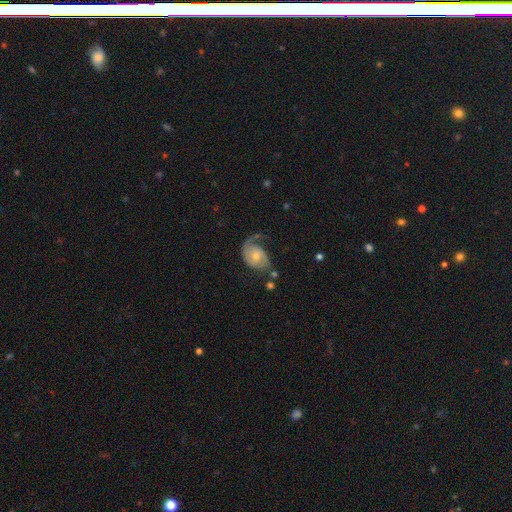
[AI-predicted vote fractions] Morphology: type=featured or disk (74%); edge-on=no (97%); bar=no (68%); spiral arms=yes (92%); winding=medium (39%); arm count=2 (56%); bulge=small (47%); merging=none (43%).